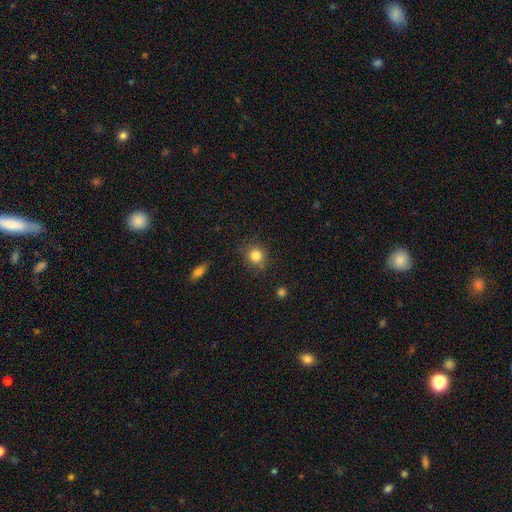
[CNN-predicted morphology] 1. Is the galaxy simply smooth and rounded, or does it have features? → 84% smooth, 11% star or artifact, 5% featured or disk.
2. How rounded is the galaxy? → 87% round, 12% in between, 1% cigar-shaped.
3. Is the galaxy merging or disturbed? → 81% none, 13% minor disturbance, 3% major disturbance, 3% merger.